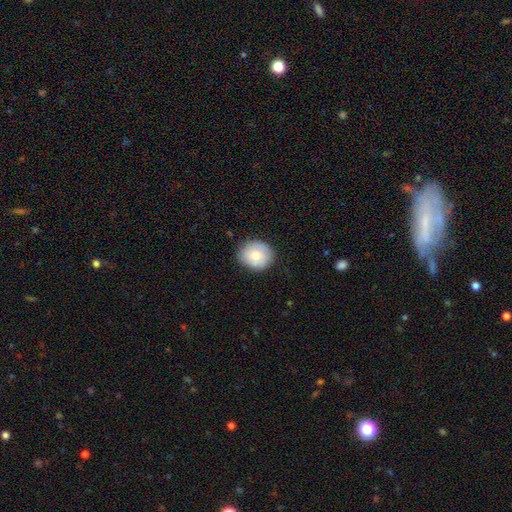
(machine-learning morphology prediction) This appears to be a smooth galaxy with no disk features (78%) that is round (72%). Merging: none (80%).